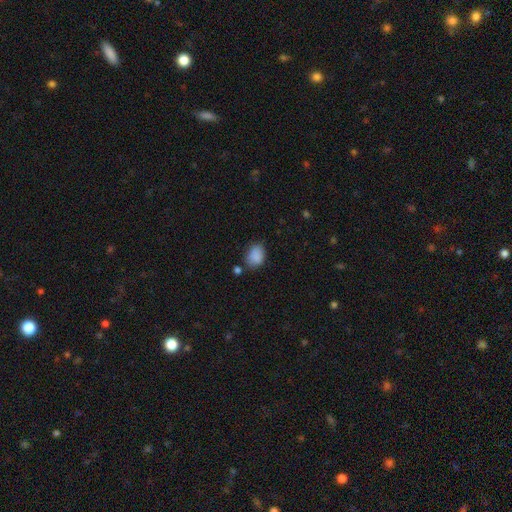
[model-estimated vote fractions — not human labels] smooth-or-featured: smooth: 86% | star or artifact: 9% | featured or disk: 5%
  how-rounded: in between: 70% | round: 29% | cigar-shaped: 1%
  merging: none: 67% | minor disturbance: 23% | merger: 5% | major disturbance: 5%